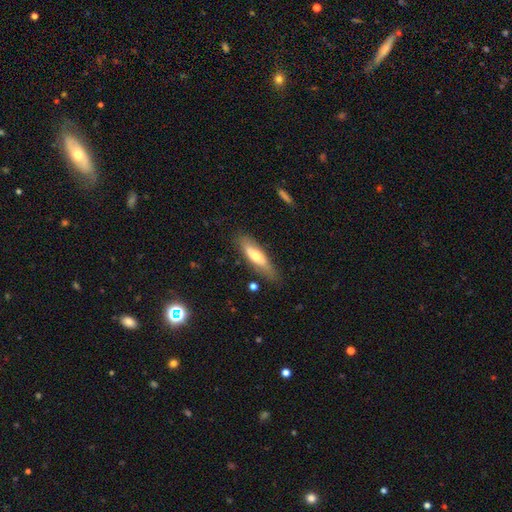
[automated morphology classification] Smooth or featured: smooth — 58% (featured or disk — 35%)
How rounded: cigar-shaped — 56% (in between — 42%)
Merging: none — 75% (minor disturbance — 18%)